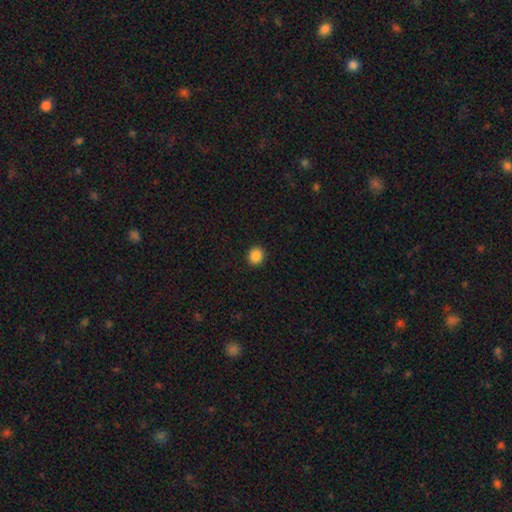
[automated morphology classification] smooth-or-featured: smooth: 87% | star or artifact: 10% | featured or disk: 3%
  how-rounded: round: 85% | in between: 14% | cigar-shaped: 1%
  merging: none: 92% | minor disturbance: 5% | major disturbance: 2% | merger: 1%